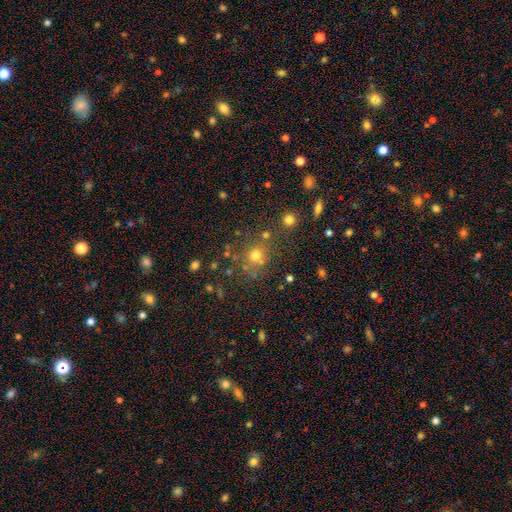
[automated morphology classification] A smooth galaxy with no disk features (63%) that is round (83%). Merging: none (67%).